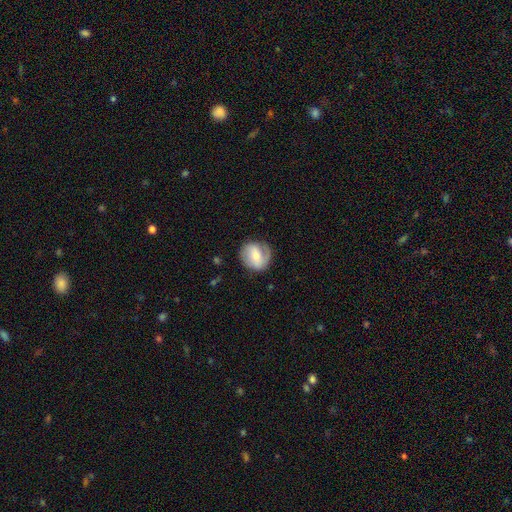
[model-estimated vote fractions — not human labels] Smooth or featured? Predicted: featured or disk (p=0.53). Edge-on disk? Predicted: no (p=0.96). Bar? Predicted: weak (p=0.43). Spiral arms? Predicted: yes (p=0.75). Bulge size? Predicted: moderate (p=0.56). Merging? Predicted: none (p=0.72).